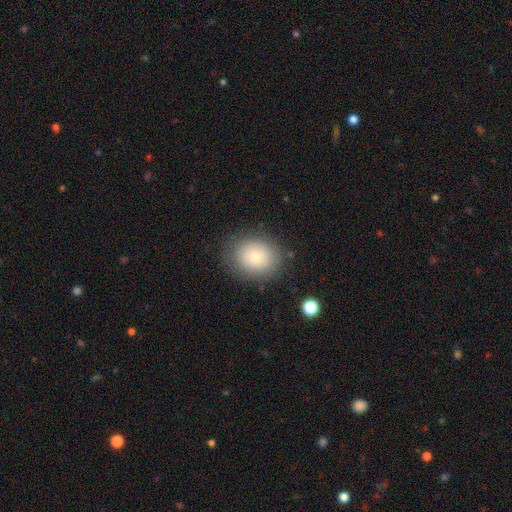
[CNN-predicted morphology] This is clearly a smooth galaxy (80%). How rounded: possibly round (58%). Merging: clearly none (82%).